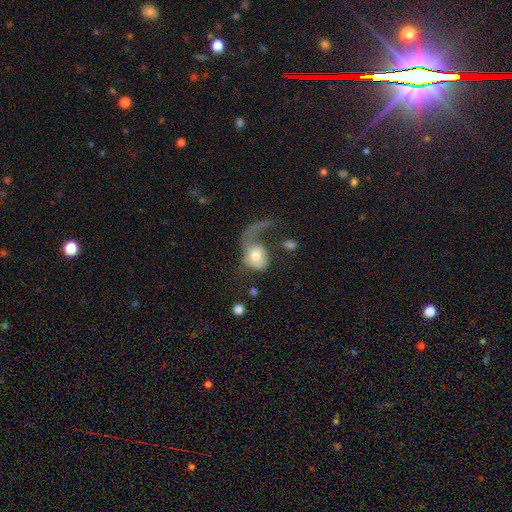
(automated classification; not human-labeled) A smooth galaxy with no disk features (50%) that is round (50%). Merging: major disturbance (66%).